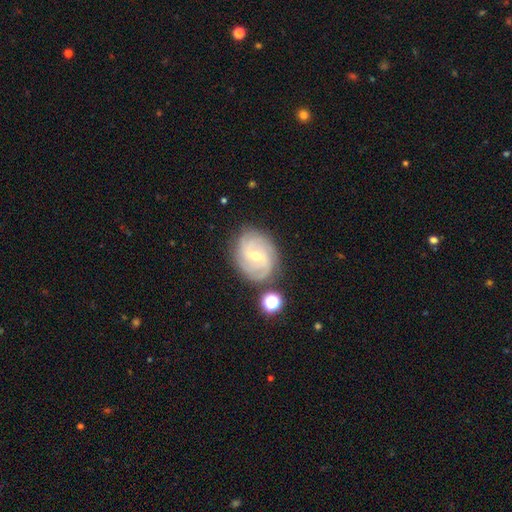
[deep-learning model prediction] This appears to be a featured or disk galaxy (84%) with a weak bar (53%), 3 (33%) tight (56%) spiral arms (96%) and a moderate central bulge (51%). Merging: none (79%).